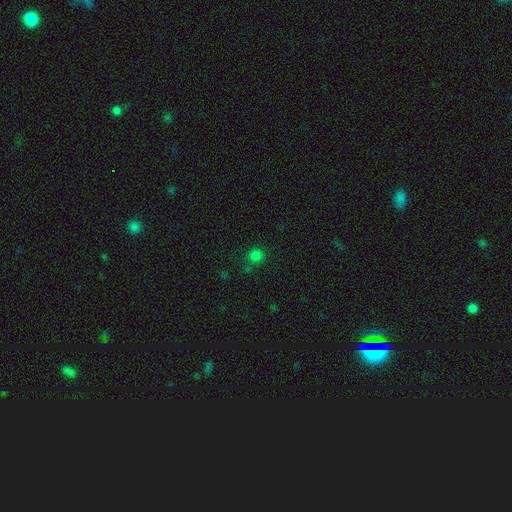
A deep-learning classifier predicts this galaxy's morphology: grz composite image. It shows a smooth galaxy with no disk features (77%) that is round (88%). Merging: none (78%).